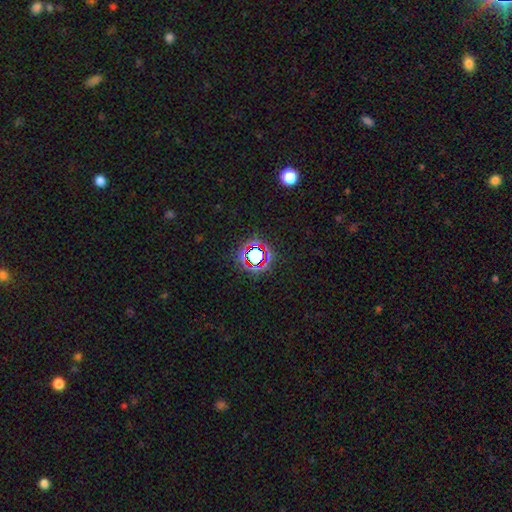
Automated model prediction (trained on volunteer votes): smooth_or_featured: star or artifact (p=0.70) [alt: smooth p=0.19]